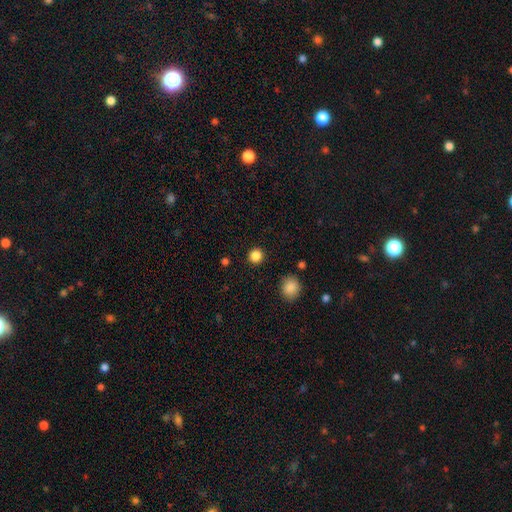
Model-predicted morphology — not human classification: Smooth or featured?
  - smooth: 85% *
  - star or artifact: 12%
  - featured or disk: 3%
How rounded?
  - round: 93% *
  - in between: 6%
  - cigar-shaped: 1%
Merging?
  - none: 91% *
  - minor disturbance: 5%
  - major disturbance: 2%
  - merger: 2%